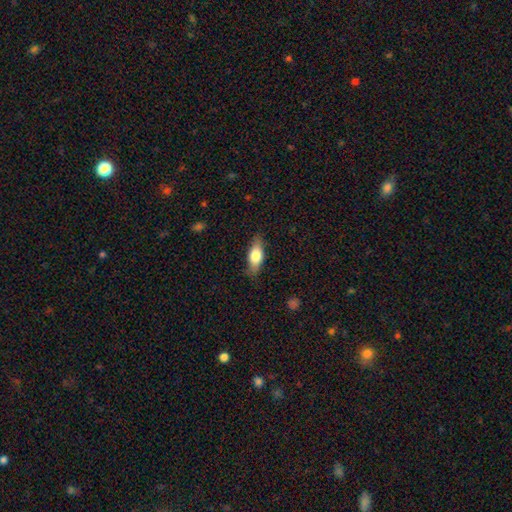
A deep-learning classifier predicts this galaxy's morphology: A smooth galaxy with no disk features (70%) that is in between round and cigar-shaped (75%).

Vote fractions:
- Smooth or featured? smooth: 70% / featured or disk: 24% / star or artifact: 7%
- How rounded? in between: 75% / cigar-shaped: 21% / round: 4%
- Merging? none: 82% / minor disturbance: 14% / major disturbance: 3% / merger: 1%